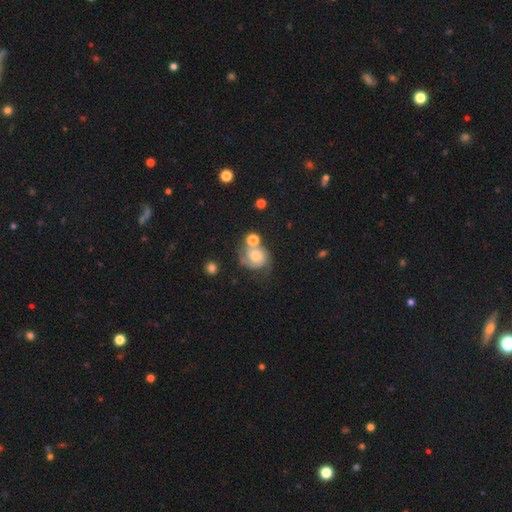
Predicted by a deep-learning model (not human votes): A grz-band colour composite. It shows a featured or disk galaxy (59%) with no bar (76%), spiral arms (87%) and a moderate central bulge (45%). Merging: none (41%).